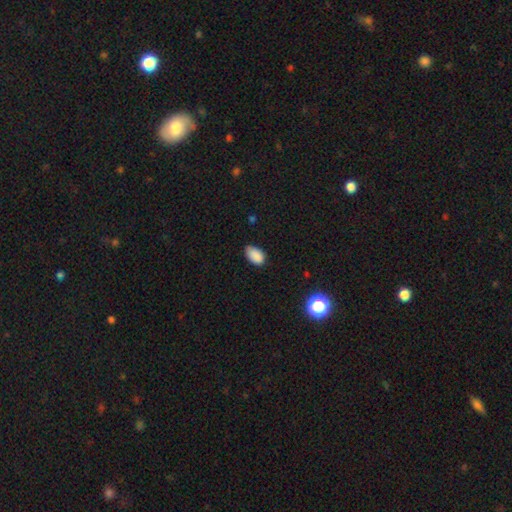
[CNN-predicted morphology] Smooth or featured? smooth (88%)
How rounded? in between (91%)
Merging? none (67%)